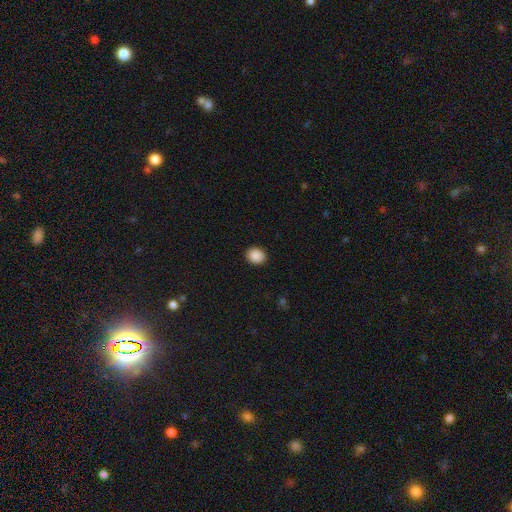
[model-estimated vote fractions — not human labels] smooth_or_featured: smooth (p=0.89) [alt: star or artifact p=0.08]
how_rounded: round (p=0.60) [alt: in between p=0.39]
merging: none (p=0.91) [alt: minor disturbance p=0.06]